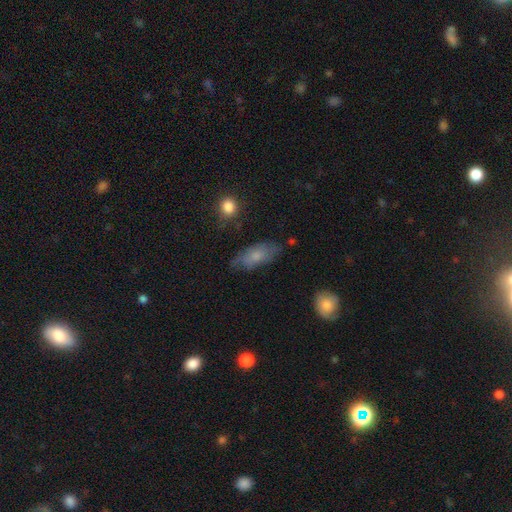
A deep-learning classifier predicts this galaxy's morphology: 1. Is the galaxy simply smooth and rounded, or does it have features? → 64% smooth, 28% featured or disk, 7% star or artifact.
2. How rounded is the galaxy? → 81% in between, 15% cigar-shaped, 4% round.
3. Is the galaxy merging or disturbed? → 61% none, 28% minor disturbance, 8% major disturbance, 3% merger.